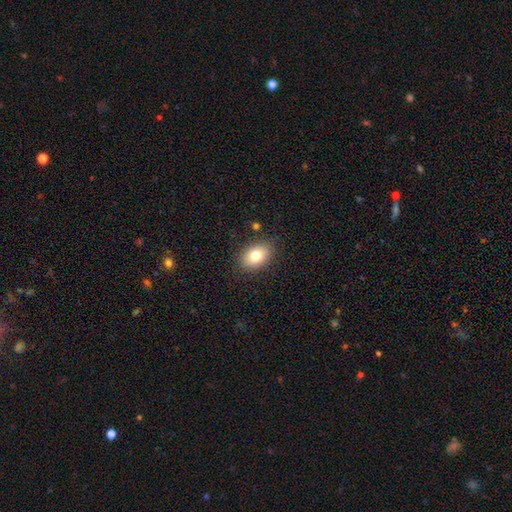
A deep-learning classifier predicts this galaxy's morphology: Overall: smooth (79%). How rounded: in between (83%). Merging: none (86%).